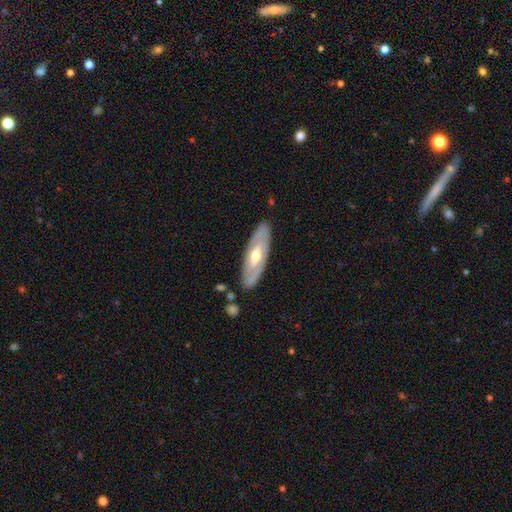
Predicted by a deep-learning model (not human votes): smooth-or-featured: featured or disk: 68% | smooth: 27% | star or artifact: 5%
  disk-edge-on: no: 74% | yes: 26%
    bar: no: 47% | weak: 35% | strong: 18%
    has-spiral-arms: no: 52% | yes: 48%
    bulge-size: moderate: 68% | small: 24% | large: 6% | none: 1% | dominant: 1%
  merging: none: 85% | minor disturbance: 11% | major disturbance: 2% | merger: 2%